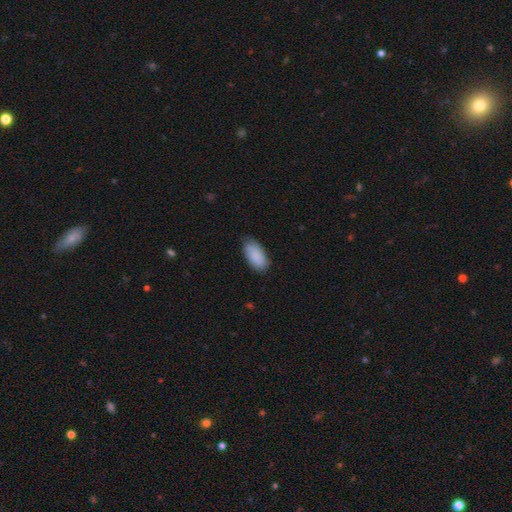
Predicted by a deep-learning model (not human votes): The model was most divided on "merging": none: 75%, minor disturbance: 20%, major disturbance: 4%, merger: 1%. More confident: how rounded — in between (94%); smooth or featured — smooth (86%).